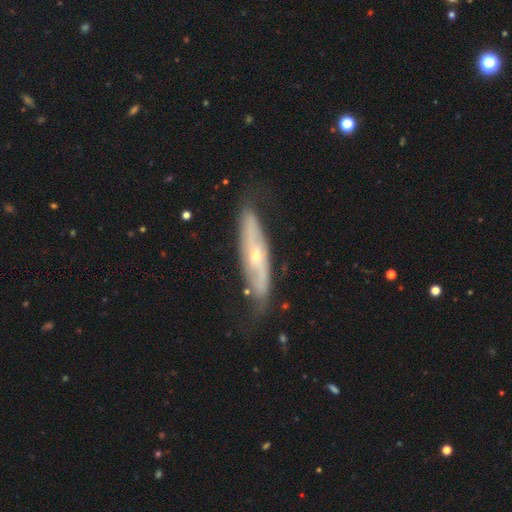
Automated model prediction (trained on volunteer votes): The model was most divided on "edge-on disk": no: 58%, yes: 42%. More confident: smooth or featured — featured or disk (70%); merging — none (69%).